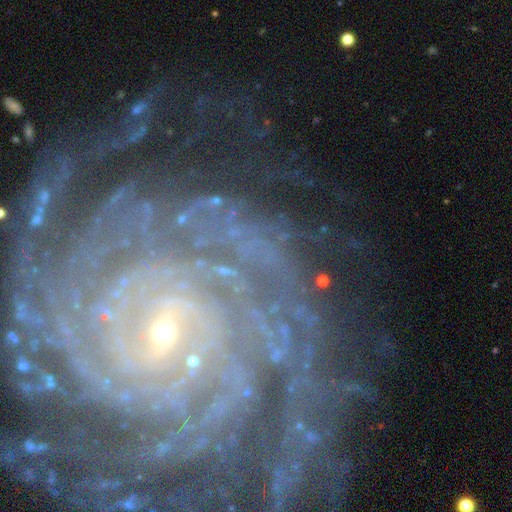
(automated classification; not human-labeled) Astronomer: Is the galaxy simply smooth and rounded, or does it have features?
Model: featured or disk — 72%.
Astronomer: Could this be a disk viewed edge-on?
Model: no — 96%.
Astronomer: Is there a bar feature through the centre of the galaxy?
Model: no — 45% (runner-up: weak, 29%).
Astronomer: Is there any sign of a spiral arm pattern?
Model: yes — 95%.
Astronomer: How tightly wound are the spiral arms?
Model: tight — 77%.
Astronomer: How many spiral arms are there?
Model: can't tell — 26% (runner-up: more than 4, 20%).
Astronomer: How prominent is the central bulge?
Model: small — 69%.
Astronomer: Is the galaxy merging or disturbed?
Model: none — 70%.